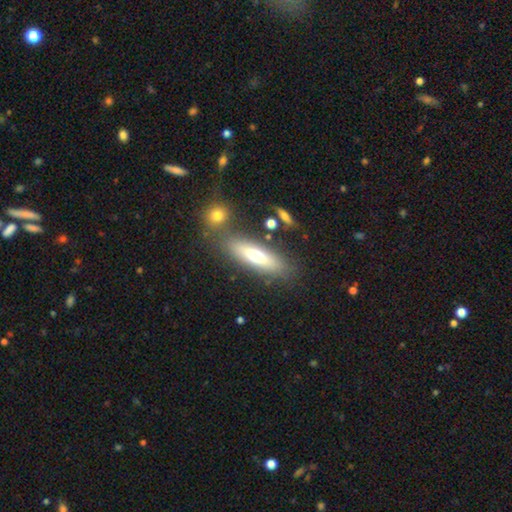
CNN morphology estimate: smooth 61%, featured or disk 31%, star or artifact 8%. Down the decision tree: how rounded — cigar-shaped (50%); merging — none (73%).